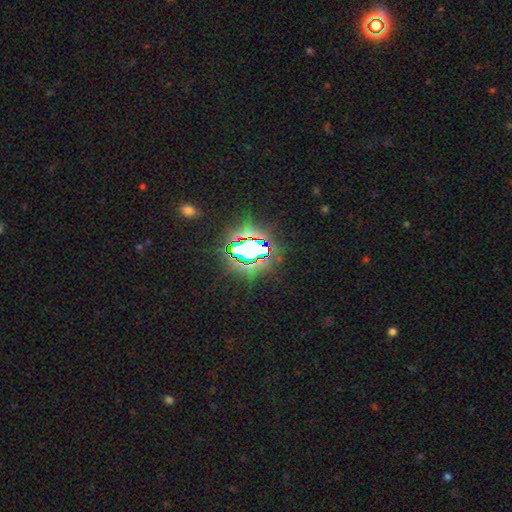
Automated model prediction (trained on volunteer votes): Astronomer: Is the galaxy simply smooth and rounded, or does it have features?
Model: star or artifact — 81%.